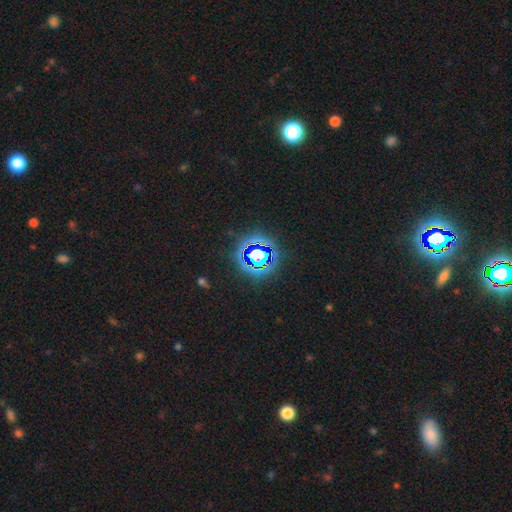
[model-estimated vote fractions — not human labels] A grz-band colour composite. It shows a star or artifact, not a galaxy (76%).